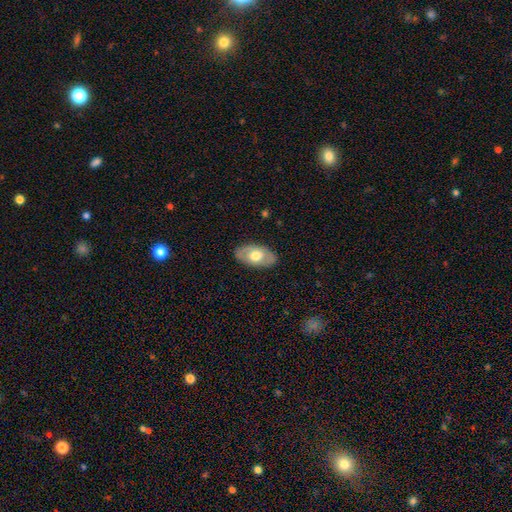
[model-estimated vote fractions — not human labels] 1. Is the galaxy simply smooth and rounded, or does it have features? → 56% smooth, 39% featured or disk, 5% star or artifact.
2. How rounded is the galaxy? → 93% in between, 5% round, 2% cigar-shaped.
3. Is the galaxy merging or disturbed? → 84% none, 12% minor disturbance, 3% major disturbance, 1% merger.